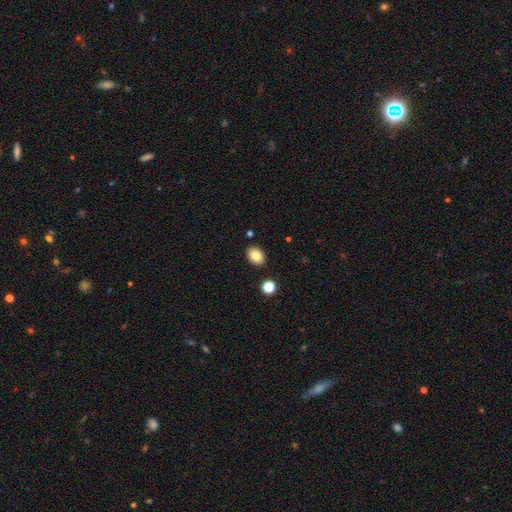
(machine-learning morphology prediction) Smooth or featured: smooth — 84% (star or artifact — 9%)
How rounded: in between — 70% (round — 29%)
Merging: none — 87% (minor disturbance — 8%)